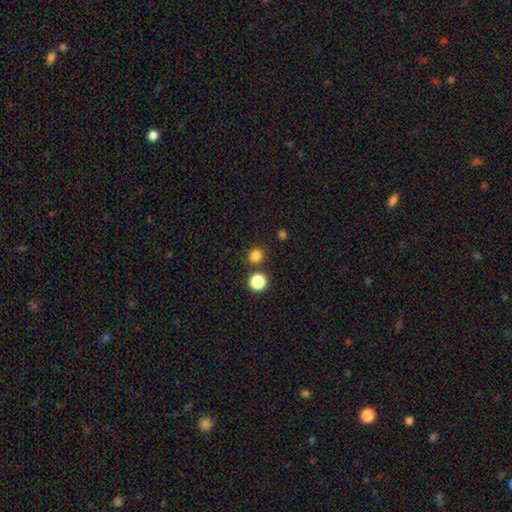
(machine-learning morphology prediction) Overall: smooth (82%). How rounded: round (82%). Merging: none (82%).